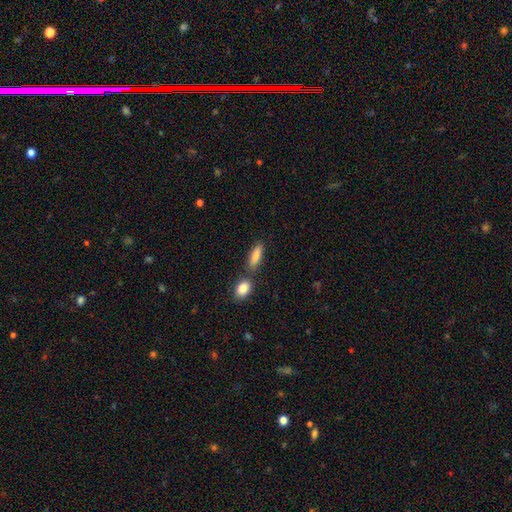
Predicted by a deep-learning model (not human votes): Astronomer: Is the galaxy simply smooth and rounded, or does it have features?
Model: smooth — 85%.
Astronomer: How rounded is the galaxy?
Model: in between — 51% (runner-up: cigar-shaped, 46%).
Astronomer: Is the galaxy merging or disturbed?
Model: none — 71%.